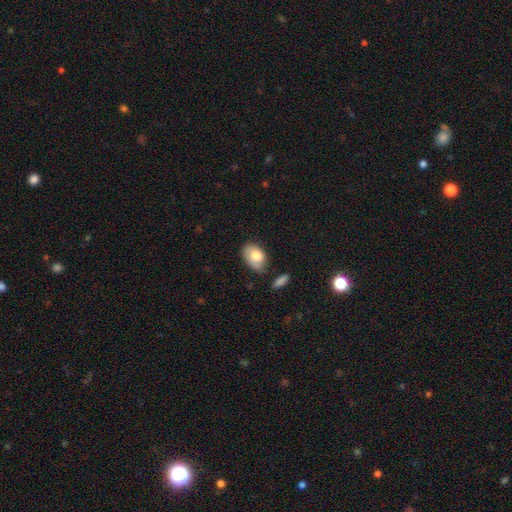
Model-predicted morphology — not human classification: type=smooth (75%); roundness=in between (86%); merging=none (53%).